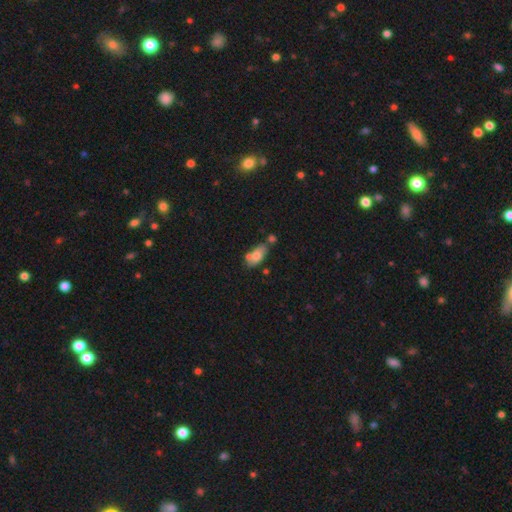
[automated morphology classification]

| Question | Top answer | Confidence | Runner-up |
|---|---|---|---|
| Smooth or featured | smooth | 66% | featured or disk (25%) |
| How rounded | in between | 86% | cigar-shaped (9%) |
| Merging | none | 48% | merger (26%) |